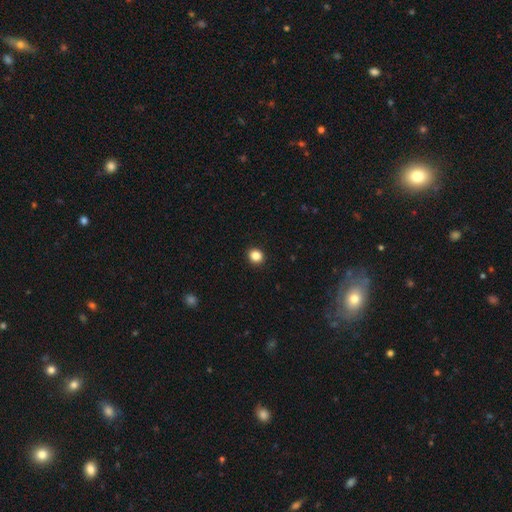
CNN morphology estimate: Smooth or featured: smooth — 86% (star or artifact — 11%)
How rounded: round — 81% (in between — 18%)
Merging: none — 93% (minor disturbance — 5%)